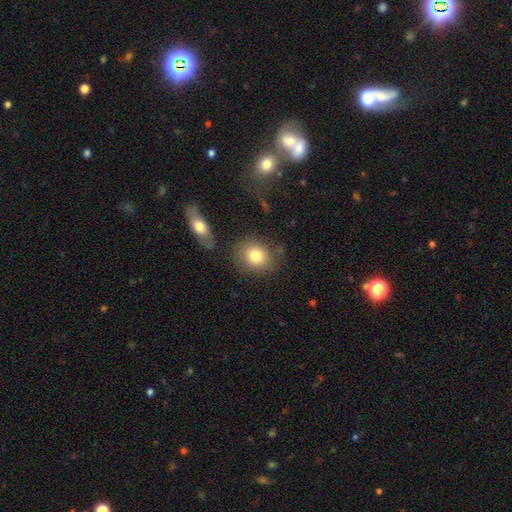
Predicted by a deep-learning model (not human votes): Smooth or featured: smooth — 81% (featured or disk — 10%)
How rounded: round — 70% (in between — 29%)
Merging: none — 79% (minor disturbance — 11%)